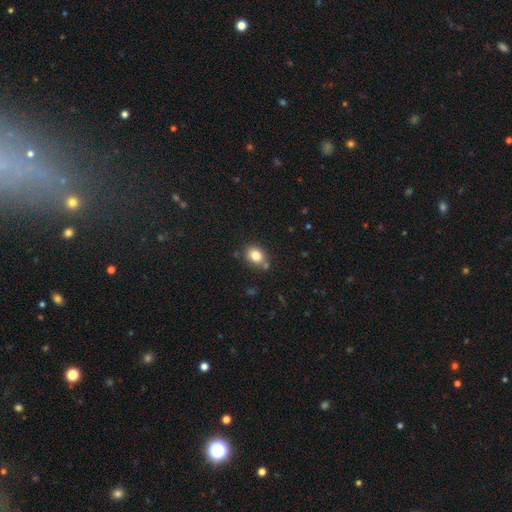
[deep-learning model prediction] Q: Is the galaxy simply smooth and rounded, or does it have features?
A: smooth — 80%.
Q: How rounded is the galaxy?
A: in between — 59%.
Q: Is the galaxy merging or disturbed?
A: none — 75%.